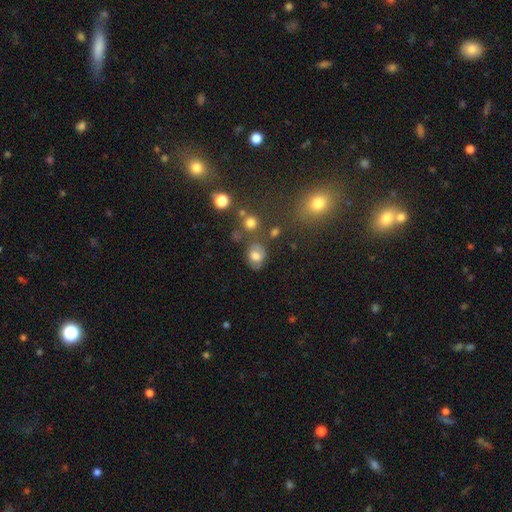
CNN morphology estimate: Smooth or featured? Predicted: smooth (p=0.70). How rounded? Predicted: in between (p=0.59). Merging? Predicted: none (p=0.71).